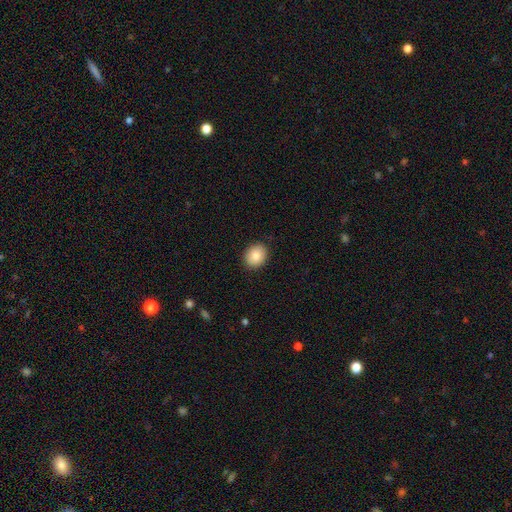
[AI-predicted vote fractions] This is clearly a smooth galaxy (86%). How rounded: likely round (60%). Merging: clearly none (90%).